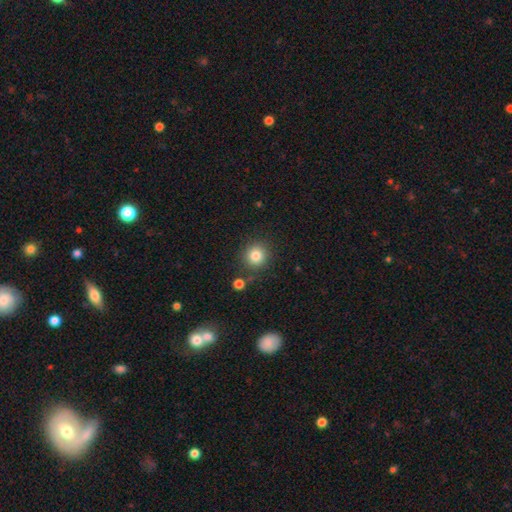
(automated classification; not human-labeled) Smooth or featured? Predicted: smooth (p=0.83). How rounded? Predicted: round (p=0.91). Merging? Predicted: none (p=0.83).